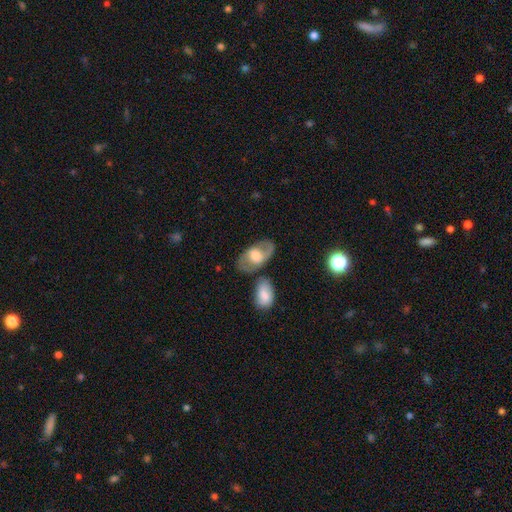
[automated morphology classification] A featured or disk galaxy (56%) with no bar (42%), spiral arms (65%) and a moderate central bulge (45%).

Vote fractions:
- Smooth or featured? featured or disk: 56% / smooth: 38% / star or artifact: 6%
- Edge-on disk? no: 90% / yes: 10%
- Bar? no: 42% / weak: 41% / strong: 17%
- Spiral arms? yes: 65% / no: 35%
- Bulge size? moderate: 45% / large: 38% / small: 11% / none: 4% / dominant: 3%
- Merging? none: 66% / minor disturbance: 16% / merger: 10% / major disturbance: 7%